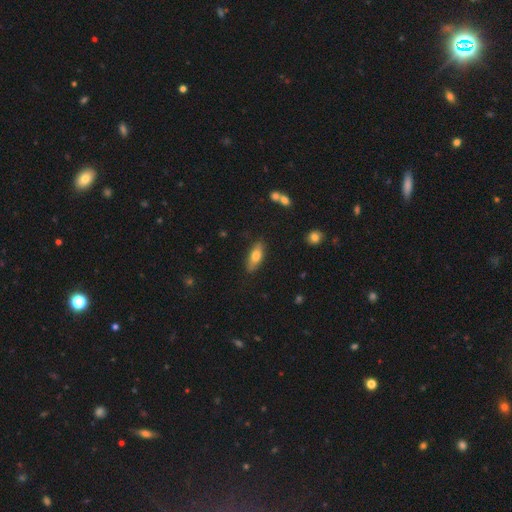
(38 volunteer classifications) Volunteers were most divided on "how rounded": in between: 64%, cigar-shaped: 36%, round: 0%. More confident: smooth or featured — smooth (87%); merging — none (74%).